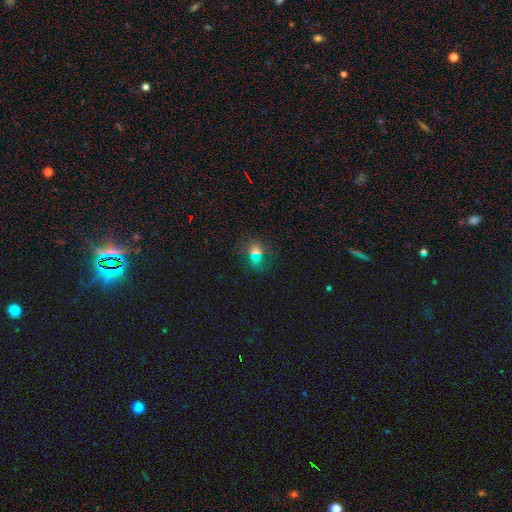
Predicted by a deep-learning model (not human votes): This appears to be a smooth galaxy with no disk features (57%) that is in between round and cigar-shaped (52%). Merging: none (57%).